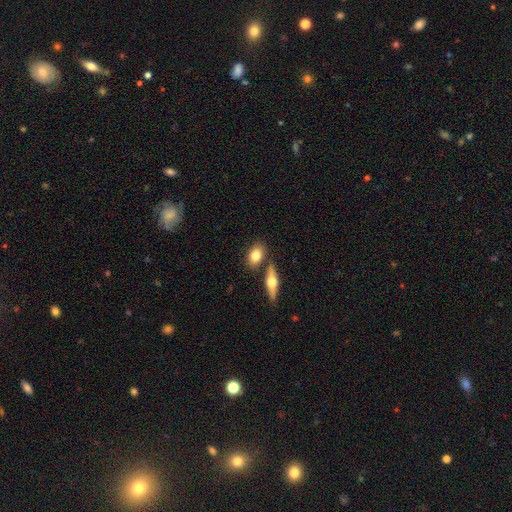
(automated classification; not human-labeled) Smooth or featured? Predicted: smooth (p=0.74). How rounded? Predicted: in between (p=0.78). Merging? Predicted: none (p=0.71).